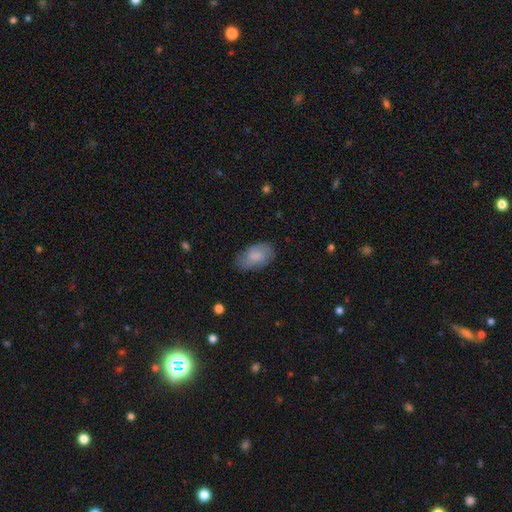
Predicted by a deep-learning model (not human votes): Q: Smooth or featured?
A: smooth (71%); runner-up: featured or disk (22%)
Q: How rounded?
A: in between (93%); runner-up: round (5%)
Q: Merging?
A: none (76%); runner-up: minor disturbance (19%)